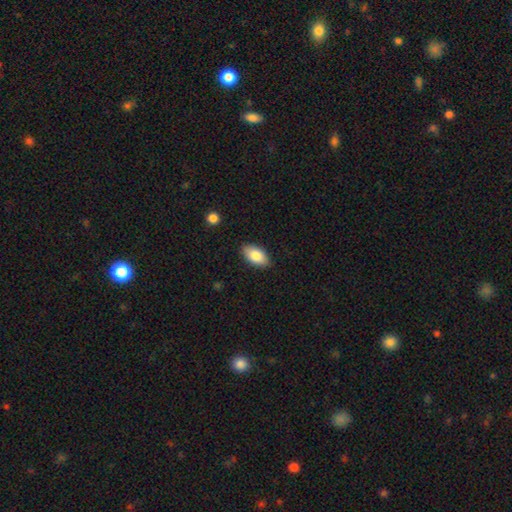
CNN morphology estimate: A smooth galaxy with no disk features (83%) that is in between round and cigar-shaped (93%). Merging: none (87%).